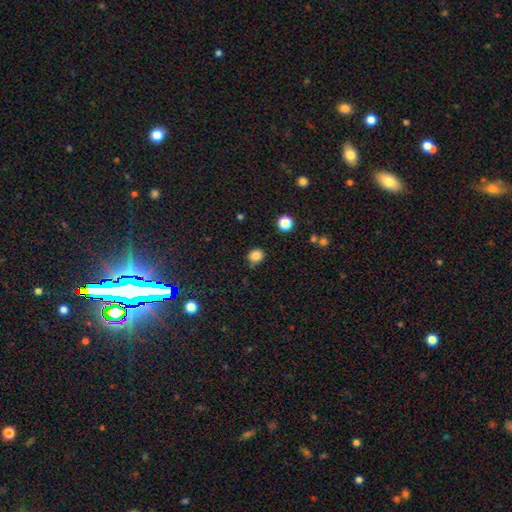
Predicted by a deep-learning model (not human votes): A smooth galaxy with no disk features (84%) that is round (77%). Merging: none (82%).